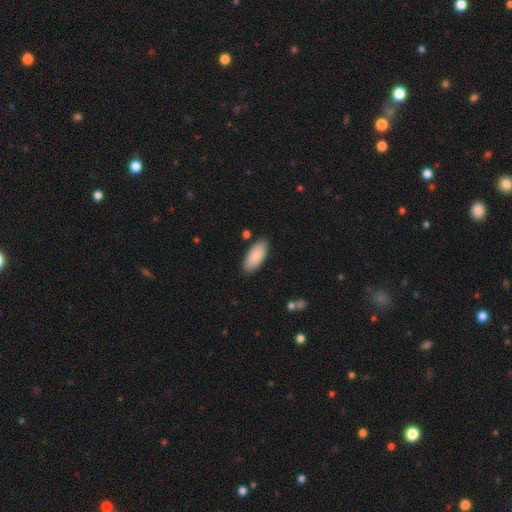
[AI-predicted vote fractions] smooth_or_featured: smooth (p=0.84) [alt: featured or disk p=0.11]
how_rounded: in between (p=0.90) [alt: cigar-shaped p=0.08]
merging: none (p=0.85) [alt: minor disturbance p=0.11]